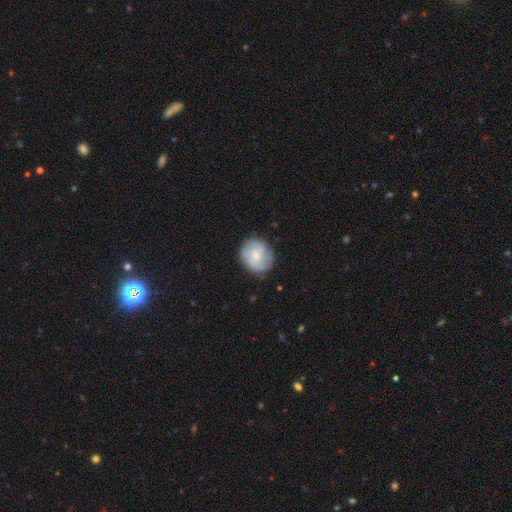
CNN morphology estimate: type=smooth (50%); roundness=round (77%); merging=none (72%).